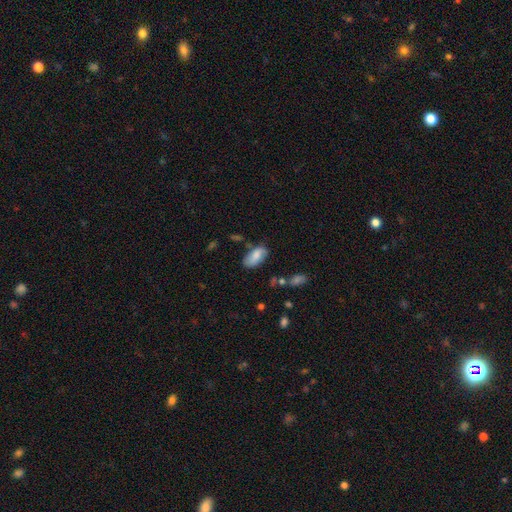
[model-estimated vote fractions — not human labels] A smooth galaxy with no disk features (74%) that is in between round and cigar-shaped (93%).

Vote fractions:
- Smooth or featured? smooth: 74% / featured or disk: 19% / star or artifact: 7%
- How rounded? in between: 93% / cigar-shaped: 4% / round: 3%
- Merging? none: 63% / minor disturbance: 26% / major disturbance: 7% / merger: 5%